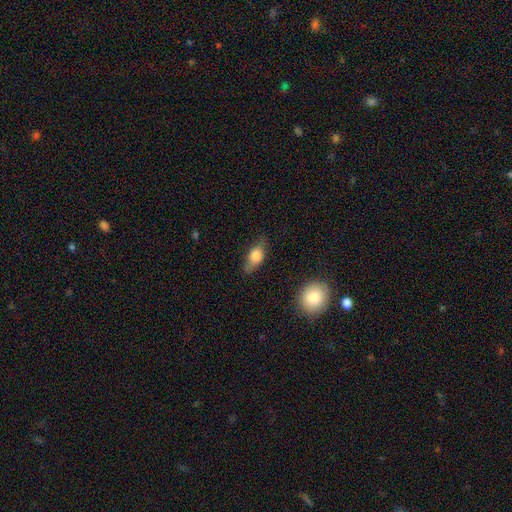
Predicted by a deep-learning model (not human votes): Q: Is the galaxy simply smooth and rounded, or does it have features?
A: smooth — 69%.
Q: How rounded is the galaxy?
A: in between — 77%.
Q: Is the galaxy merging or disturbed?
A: none — 67%.